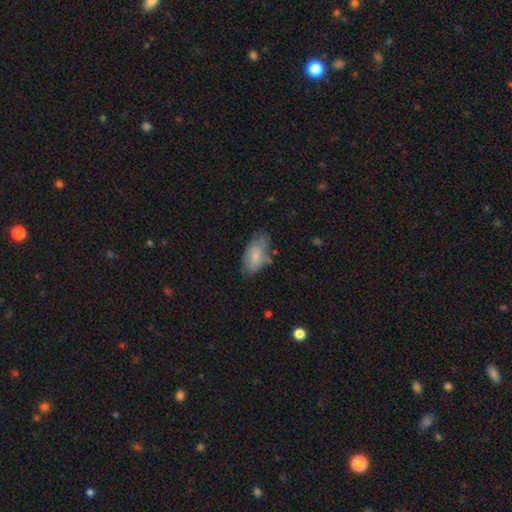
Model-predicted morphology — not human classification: type=smooth (74%); roundness=in between (93%); merging=none (55%).